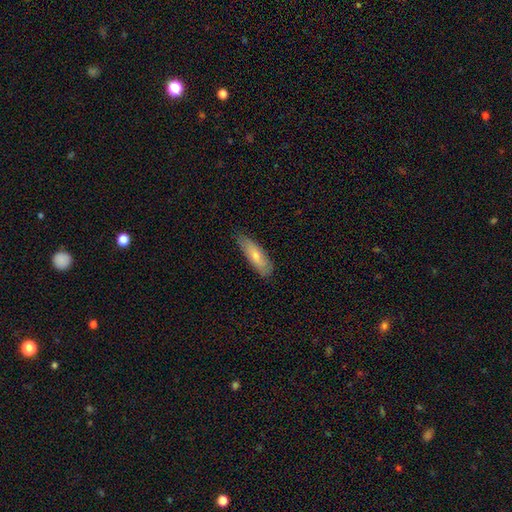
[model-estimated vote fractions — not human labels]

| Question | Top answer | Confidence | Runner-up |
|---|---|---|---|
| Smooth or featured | smooth | 70% | featured or disk (25%) |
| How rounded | in between | 54% | cigar-shaped (44%) |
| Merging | none | 78% | minor disturbance (18%) |